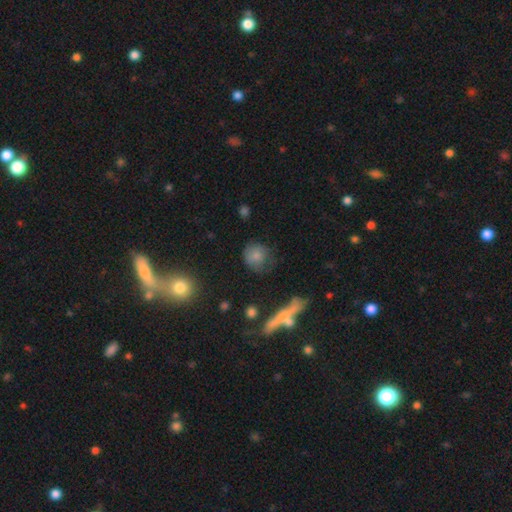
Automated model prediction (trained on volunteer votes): Smooth or featured?
  - smooth: 73% *
  - featured or disk: 16%
  - star or artifact: 10%
How rounded?
  - round: 79% *
  - in between: 19%
  - cigar-shaped: 2%
Merging?
  - none: 58% *
  - minor disturbance: 26%
  - major disturbance: 12%
  - merger: 4%